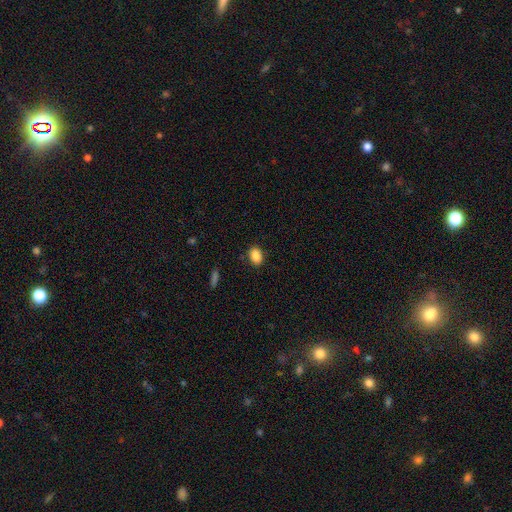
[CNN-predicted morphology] Overall: smooth (88%). How rounded: in between (77%). Merging: none (87%).